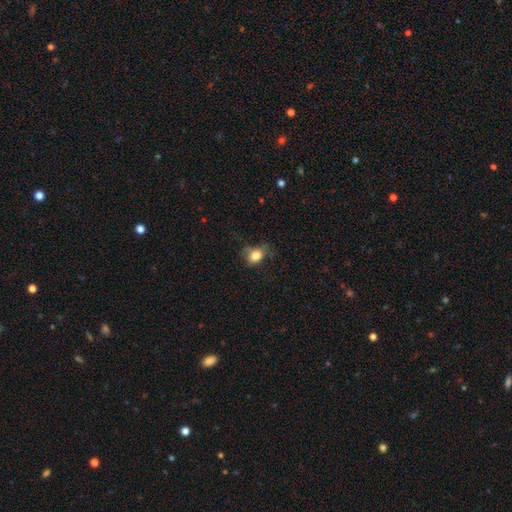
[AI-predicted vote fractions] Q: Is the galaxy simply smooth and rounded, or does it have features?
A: smooth — 79%.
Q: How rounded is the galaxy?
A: in between — 62%.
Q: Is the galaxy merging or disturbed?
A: none — 56%.